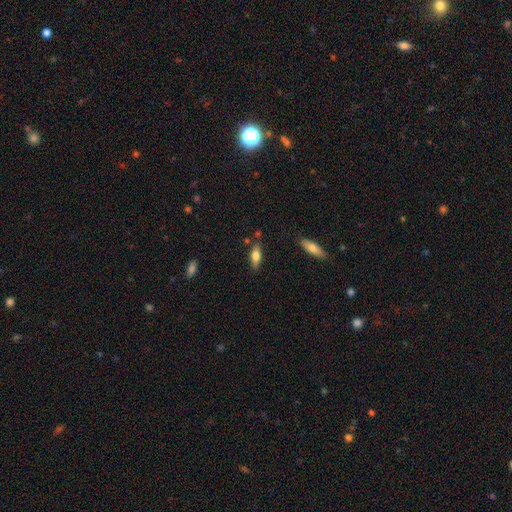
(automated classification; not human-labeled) A smooth galaxy with no disk features (70%) that is in between round and cigar-shaped (66%). Merging: none (77%).